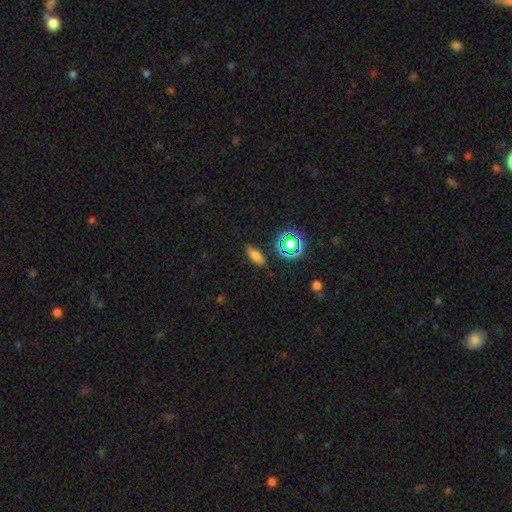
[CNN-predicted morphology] Overall: smooth (72%). How rounded: in between (77%). Merging: none (85%).